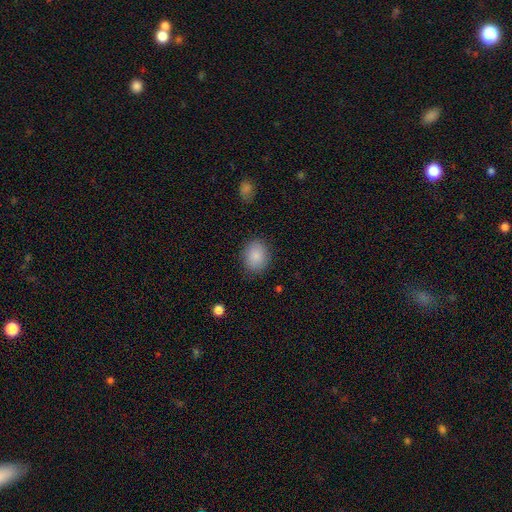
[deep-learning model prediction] smooth 86%, star or artifact 8%, featured or disk 6%. Down the decision tree: how rounded — round (54%); merging — none (86%).